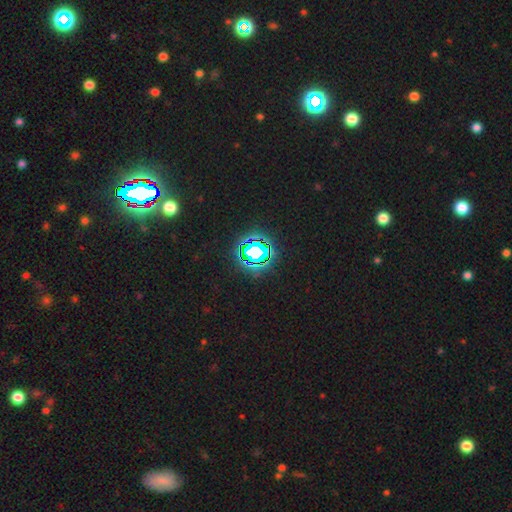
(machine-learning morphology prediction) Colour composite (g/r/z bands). It shows a star or artifact, not a galaxy (81%).